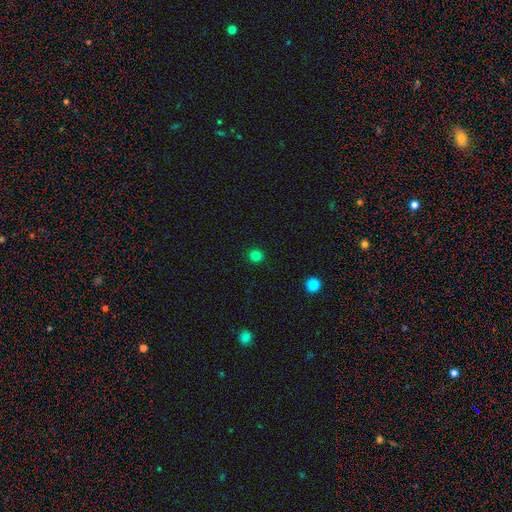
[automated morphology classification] Smooth or featured?
  - smooth: 81% *
  - star or artifact: 15%
  - featured or disk: 4%
How rounded?
  - round: 92% *
  - in between: 7%
  - cigar-shaped: 1%
Merging?
  - none: 92% *
  - minor disturbance: 5%
  - major disturbance: 2%
  - merger: 1%